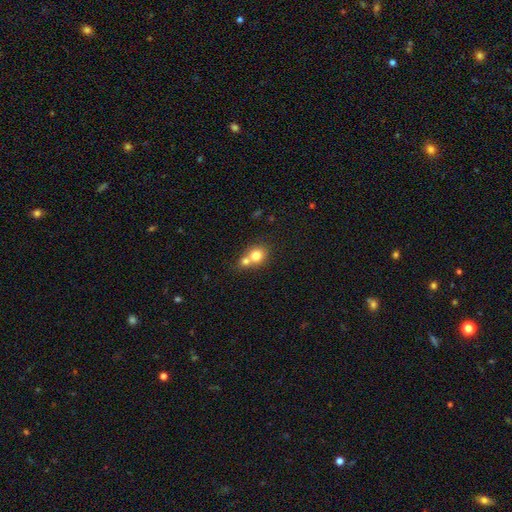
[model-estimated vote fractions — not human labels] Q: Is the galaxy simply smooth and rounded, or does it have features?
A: smooth — 76%.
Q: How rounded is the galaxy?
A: round — 75%.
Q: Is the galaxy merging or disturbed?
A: merger — 59%.